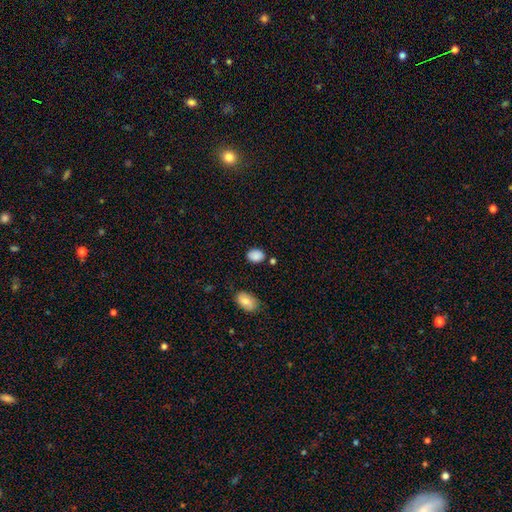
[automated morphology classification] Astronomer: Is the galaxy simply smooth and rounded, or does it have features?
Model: smooth — 87%.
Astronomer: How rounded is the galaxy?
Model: in between — 70%.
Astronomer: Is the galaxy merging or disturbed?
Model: none — 79%.